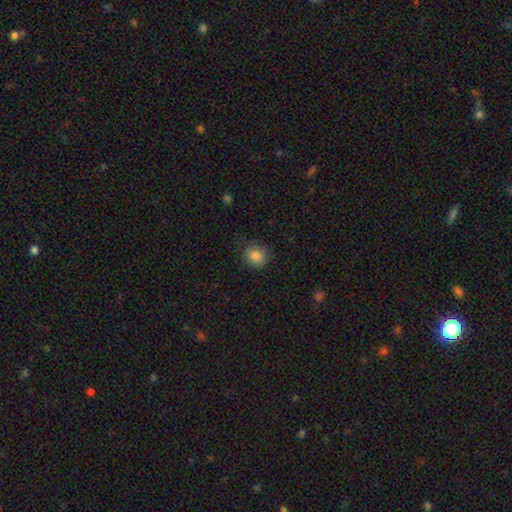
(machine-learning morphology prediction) Smooth or featured? smooth (85%)
How rounded? round (84%)
Merging? none (80%)